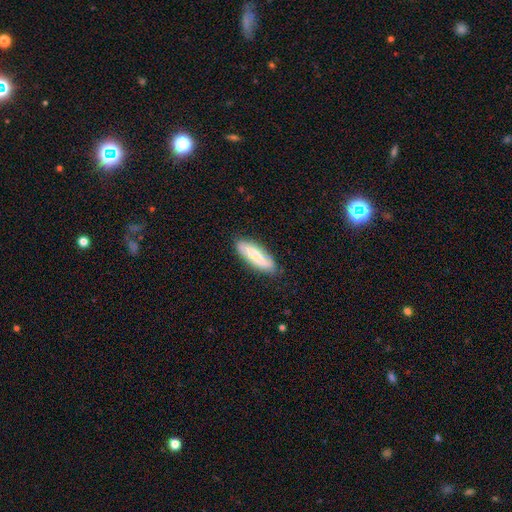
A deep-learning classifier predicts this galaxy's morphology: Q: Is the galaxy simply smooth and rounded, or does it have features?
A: smooth — 62%.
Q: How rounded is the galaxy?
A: cigar-shaped — 52%.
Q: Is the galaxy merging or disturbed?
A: none — 83%.